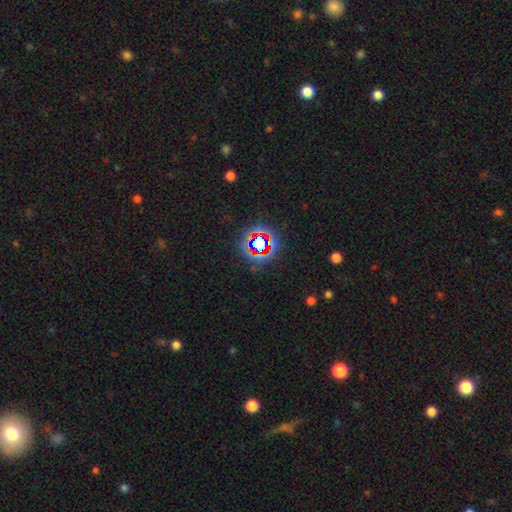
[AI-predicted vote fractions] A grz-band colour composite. It shows a star or artifact, not a galaxy (77%).